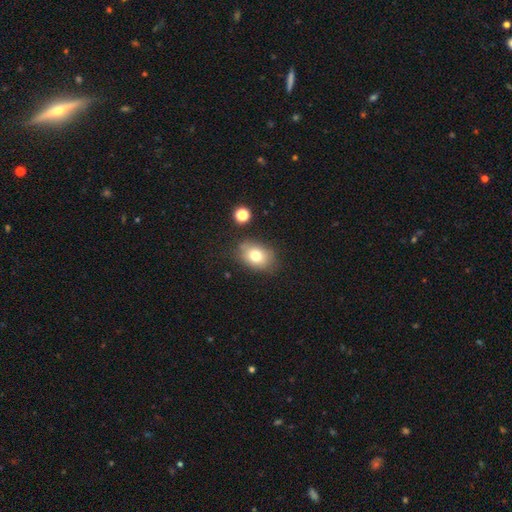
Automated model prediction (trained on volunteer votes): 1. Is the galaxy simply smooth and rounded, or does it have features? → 76% smooth, 14% featured or disk, 11% star or artifact.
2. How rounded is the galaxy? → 69% in between, 30% round, 1% cigar-shaped.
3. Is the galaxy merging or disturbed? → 75% none, 16% minor disturbance, 5% major disturbance, 4% merger.